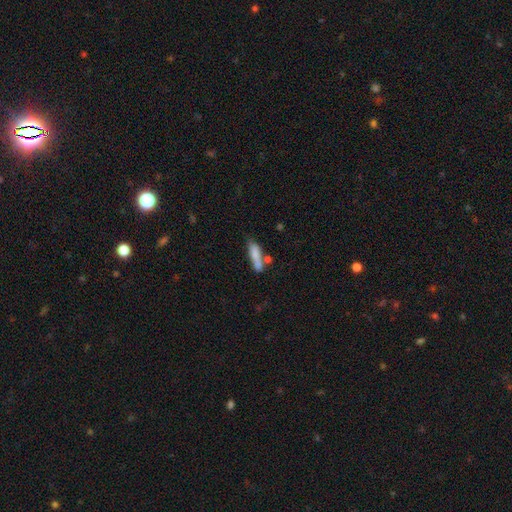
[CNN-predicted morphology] A smooth galaxy with no disk features (77%) that is cigar-shaped (67%).

Vote fractions:
- Smooth or featured? smooth: 77% / featured or disk: 16% / star or artifact: 7%
- How rounded? cigar-shaped: 67% / in between: 31% / round: 2%
- Merging? none: 47% / merger: 25% / minor disturbance: 21% / major disturbance: 8%